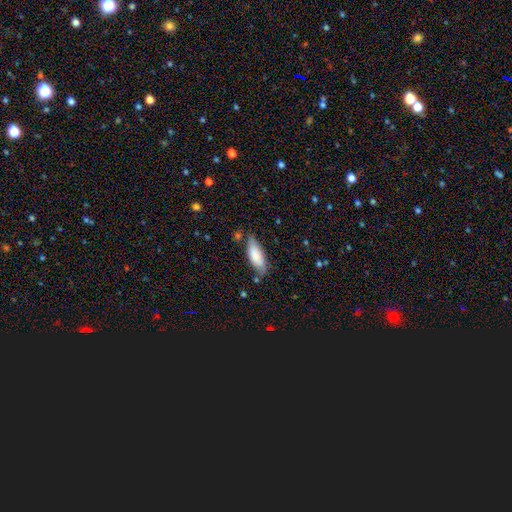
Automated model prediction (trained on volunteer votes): smooth-or-featured: smooth: 84% | featured or disk: 10% | star or artifact: 6%
  how-rounded: in between: 70% | cigar-shaped: 29% | round: 2%
  merging: none: 72% | minor disturbance: 20% | major disturbance: 4% | merger: 4%